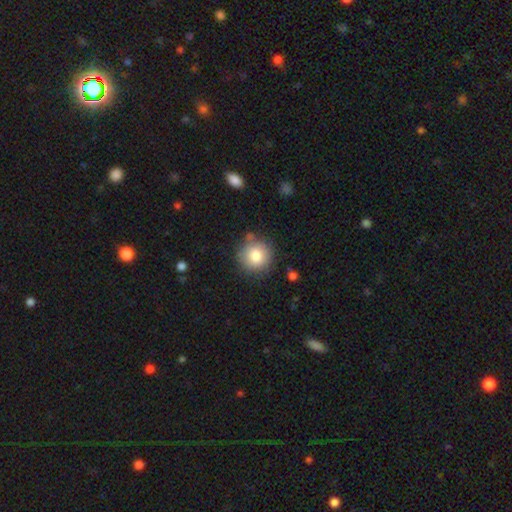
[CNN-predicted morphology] A smooth galaxy with no disk features (82%) that is round (93%).

Vote fractions:
- Smooth or featured? smooth: 82% / star or artifact: 9% / featured or disk: 9%
- How rounded? round: 93% / in between: 6% / cigar-shaped: 1%
- Merging? none: 83% / minor disturbance: 11% / merger: 4% / major disturbance: 3%